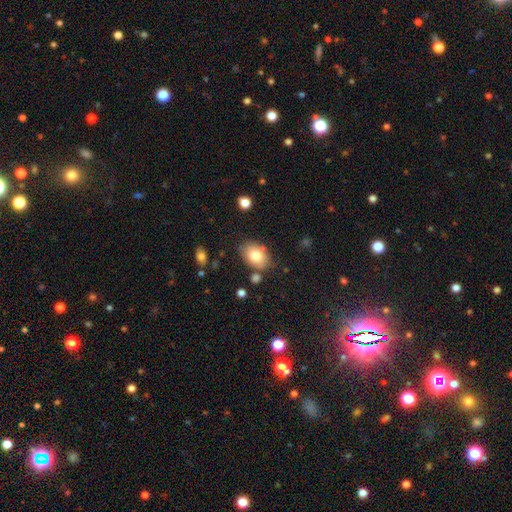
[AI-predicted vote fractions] The model was most divided on "merging": none: 75%, minor disturbance: 15%, merger: 6%, major disturbance: 4%. More confident: how rounded — in between (80%); smooth or featured — smooth (78%).